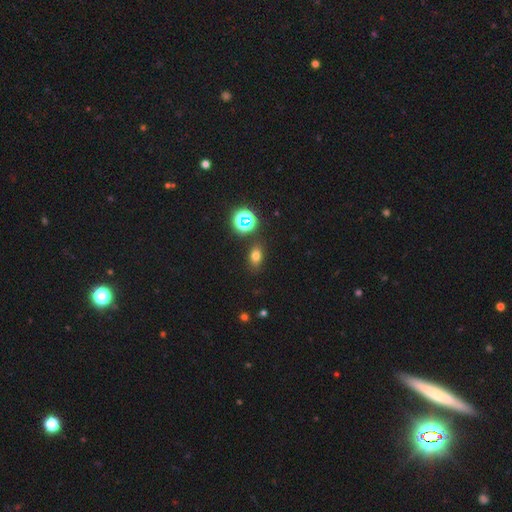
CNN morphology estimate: A smooth galaxy with no disk features (70%) that is in between round and cigar-shaped (74%). Merging: none (84%).